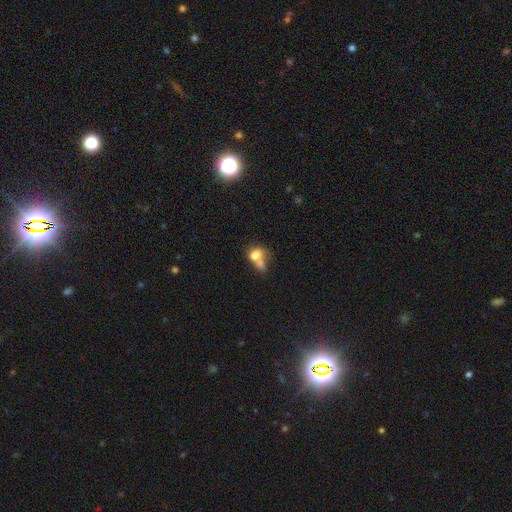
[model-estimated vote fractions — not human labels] Smooth or featured? Predicted: smooth (p=0.73). How rounded? Predicted: round (p=0.51). Merging? Predicted: merger (p=0.61).